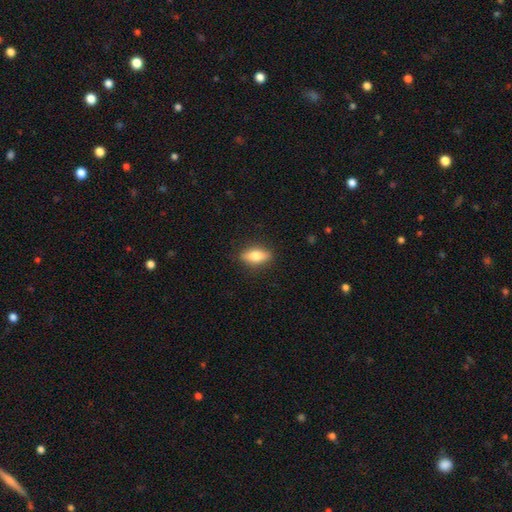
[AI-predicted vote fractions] Smooth or featured?
  - smooth: 69% *
  - featured or disk: 24%
  - star or artifact: 7%
How rounded?
  - in between: 72% *
  - cigar-shaped: 24%
  - round: 5%
Merging?
  - none: 87% *
  - minor disturbance: 9%
  - major disturbance: 2%
  - merger: 1%